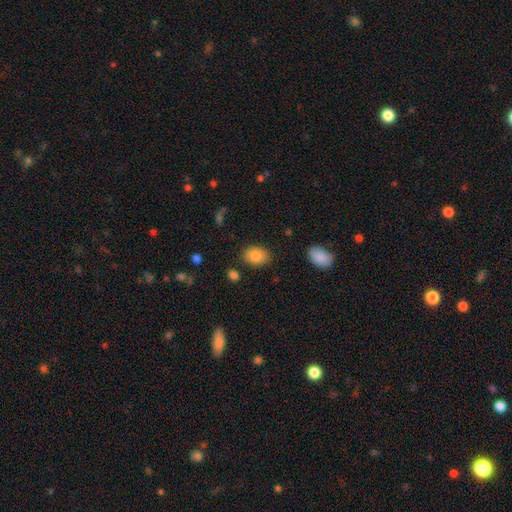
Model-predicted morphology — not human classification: Overall: smooth (86%). How rounded: in between (75%). Merging: none (82%).